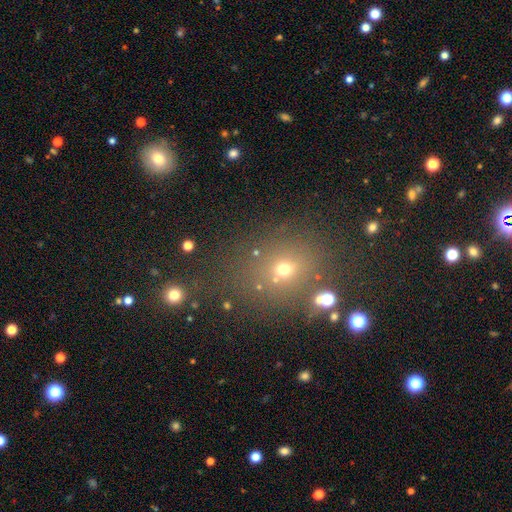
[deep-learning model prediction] smooth-or-featured: smooth: 48% | star or artifact: 41% | featured or disk: 10%
  merging: none: 78% | minor disturbance: 10% | merger: 7% | major disturbance: 5%